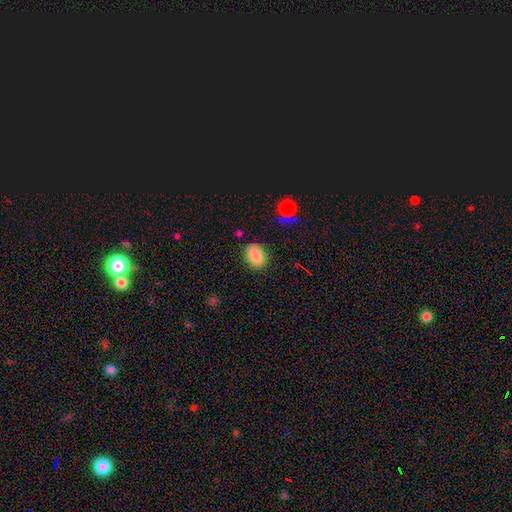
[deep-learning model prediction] Smooth or featured?
  - smooth: 85% *
  - star or artifact: 9%
  - featured or disk: 6%
How rounded?
  - in between: 67% *
  - round: 32%
  - cigar-shaped: 1%
Merging?
  - none: 84% *
  - minor disturbance: 11%
  - major disturbance: 3%
  - merger: 2%